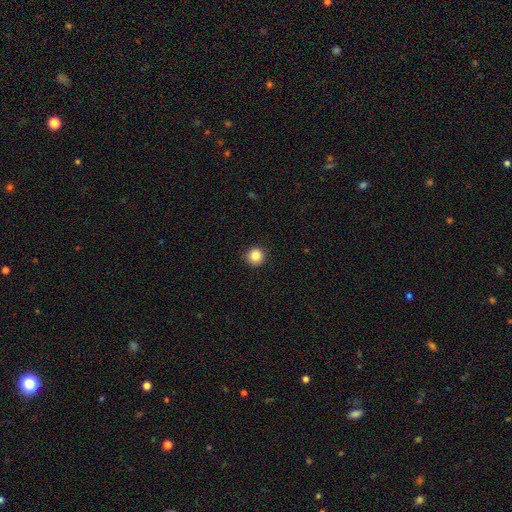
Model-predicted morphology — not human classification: Smooth or featured? smooth (86%)
How rounded? round (95%)
Merging? none (92%)